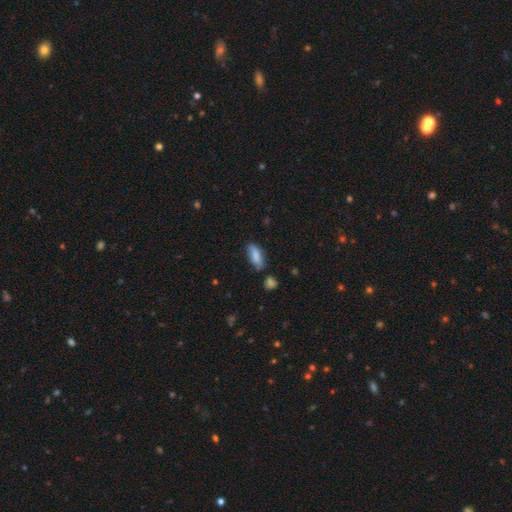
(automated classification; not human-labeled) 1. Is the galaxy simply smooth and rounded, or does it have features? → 80% smooth, 13% featured or disk, 7% star or artifact.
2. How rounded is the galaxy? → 71% in between, 27% cigar-shaped, 2% round.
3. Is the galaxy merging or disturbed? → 68% none, 21% minor disturbance, 6% merger, 5% major disturbance.